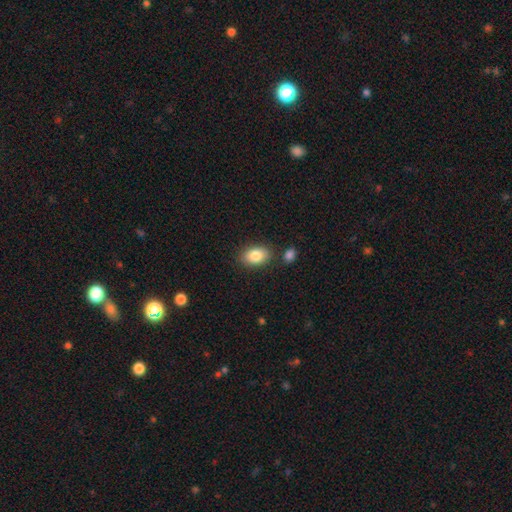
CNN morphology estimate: Q: Smooth or featured?
A: smooth (85%); runner-up: featured or disk (8%)
Q: How rounded?
A: in between (88%); runner-up: round (11%)
Q: Merging?
A: none (80%); runner-up: minor disturbance (11%)